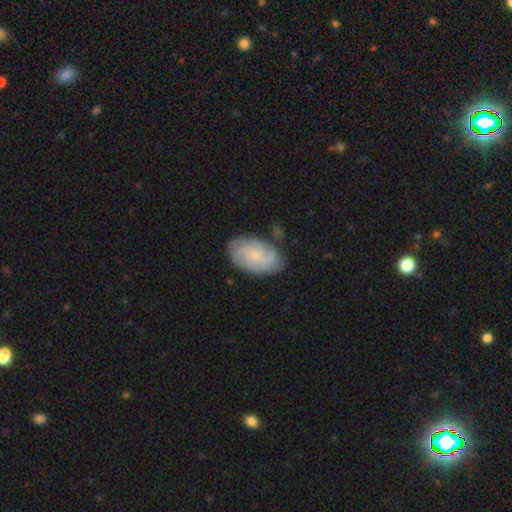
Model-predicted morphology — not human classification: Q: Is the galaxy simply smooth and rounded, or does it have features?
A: featured or disk — 67%.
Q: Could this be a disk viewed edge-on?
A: no — 97%.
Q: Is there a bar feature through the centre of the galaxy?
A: no — 72%.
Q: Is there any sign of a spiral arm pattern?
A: yes — 91%.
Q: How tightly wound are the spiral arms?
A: tight — 55%.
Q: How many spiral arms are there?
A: can't tell — 35%.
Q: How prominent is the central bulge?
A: small — 75%.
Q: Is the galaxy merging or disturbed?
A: none — 70%.